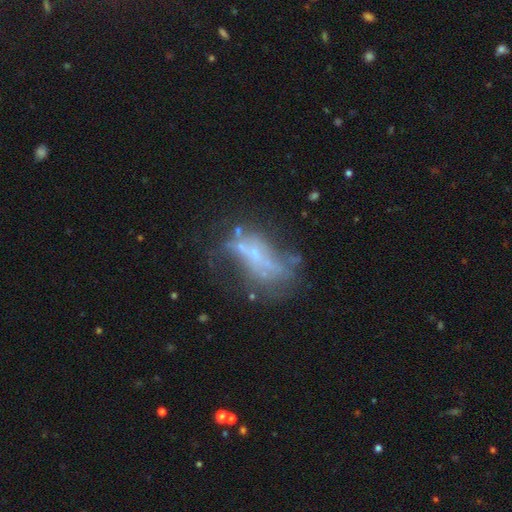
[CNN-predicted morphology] type=featured or disk (57%); edge-on=no (91%); bar=no (82%); spiral arms=no (86%); bulge=none (56%); merging=none (34%).